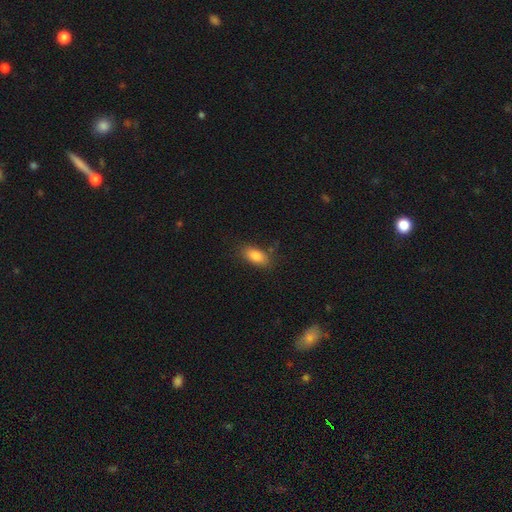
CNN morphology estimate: Q: Smooth or featured?
A: smooth (85%); runner-up: star or artifact (8%)
Q: How rounded?
A: in between (88%); runner-up: cigar-shaped (7%)
Q: Merging?
A: none (79%); runner-up: minor disturbance (14%)